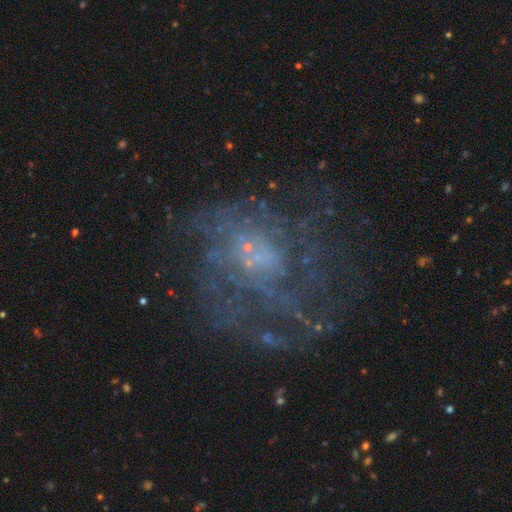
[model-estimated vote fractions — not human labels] The model was most divided on "merging": none: 50%, major disturbance: 31%, minor disturbance: 16%, merger: 3%. More confident: edge-on disk — no (98%); bar — no (76%); smooth or featured — featured or disk (69%); spiral arms — yes (59%); bulge size — small (55%).